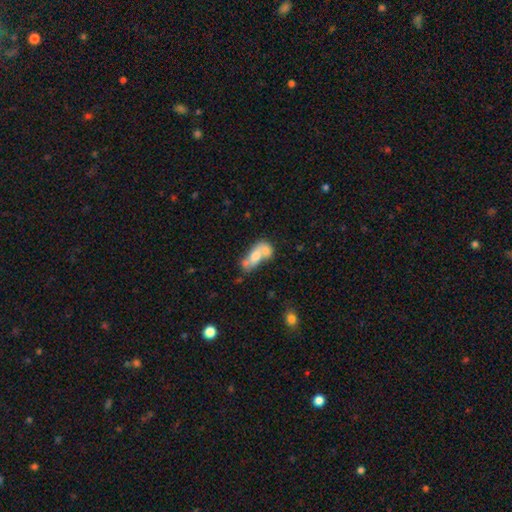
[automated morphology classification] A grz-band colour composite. It shows a smooth galaxy with no disk features (53%) that is in between round and cigar-shaped (77%). Merging: merger (58%).